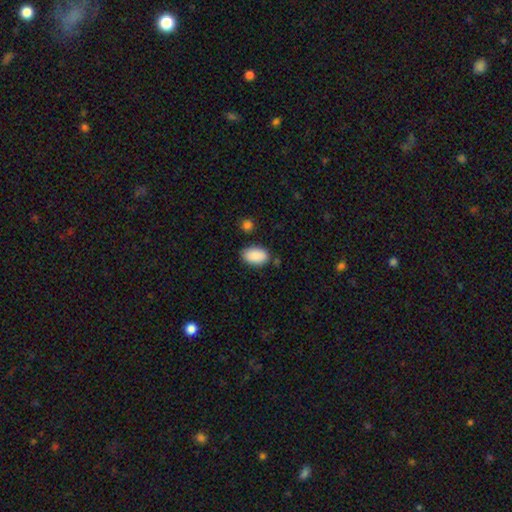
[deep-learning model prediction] smooth_or_featured: smooth (p=0.90) [alt: star or artifact p=0.07]
how_rounded: in between (p=0.92) [alt: round p=0.06]
merging: none (p=0.78) [alt: minor disturbance p=0.15]